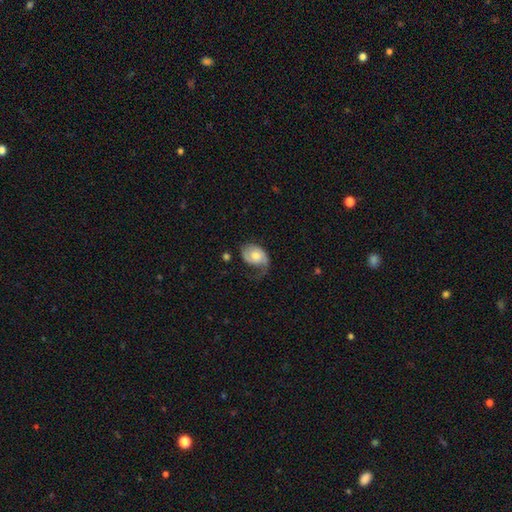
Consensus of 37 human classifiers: Smooth or featured? 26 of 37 (70%) said featured or disk. Edge-on disk? 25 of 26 (96%) said no. Bar? 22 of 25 (88%) said no. Spiral arms? 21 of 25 (84%) said yes. Spiral winding? 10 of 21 (48%) said tight. Spiral arm count? 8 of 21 (38%) said 1. Bulge size? 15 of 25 (60%) said moderate. Merging? 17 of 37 (46%) said none.